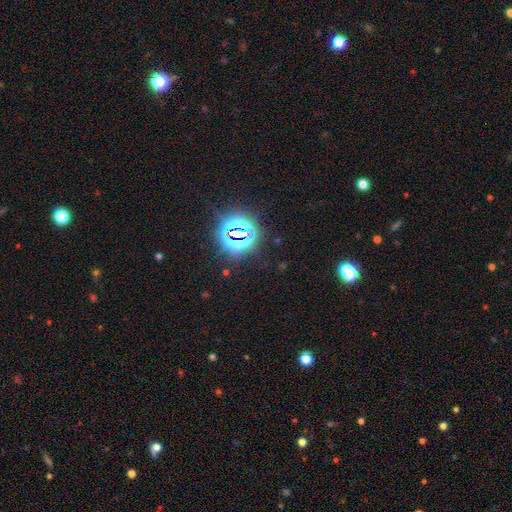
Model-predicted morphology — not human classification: Smooth or featured? Predicted: star or artifact (p=0.84).